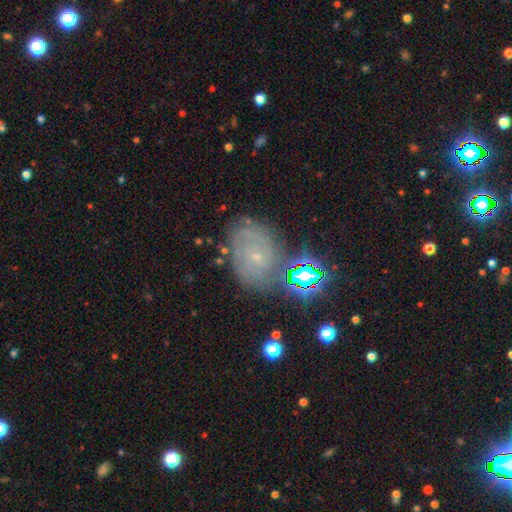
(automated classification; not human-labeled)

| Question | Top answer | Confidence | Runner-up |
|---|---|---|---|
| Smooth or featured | featured or disk | 53% | star or artifact (27%) |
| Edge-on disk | no | 96% | yes (4%) |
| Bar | no | 76% | weak (19%) |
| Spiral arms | yes | 83% | no (17%) |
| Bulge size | small | 85% | moderate (11%) |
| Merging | none | 72% | minor disturbance (16%) |